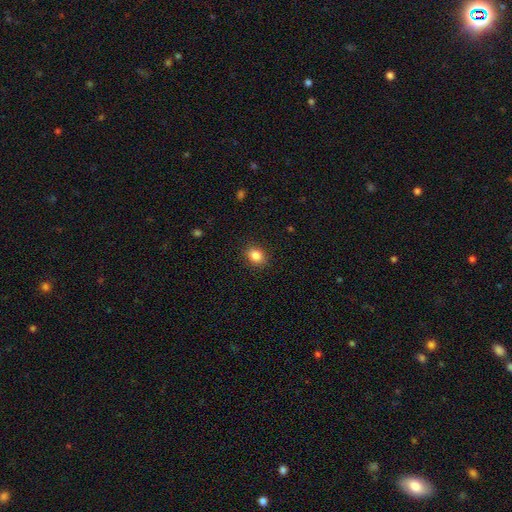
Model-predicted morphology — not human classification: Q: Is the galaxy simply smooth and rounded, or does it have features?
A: smooth — 85%.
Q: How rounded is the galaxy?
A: round — 52%.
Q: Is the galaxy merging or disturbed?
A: none — 88%.